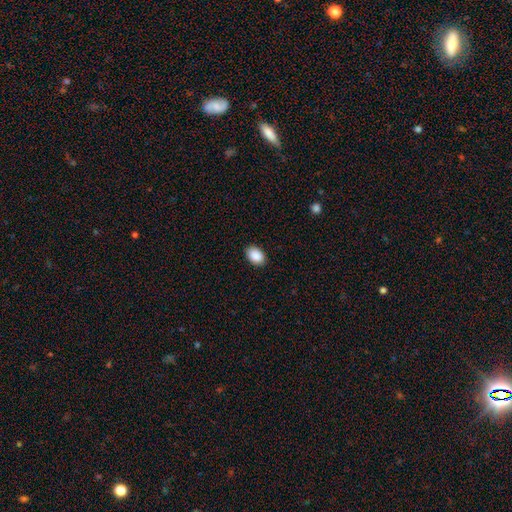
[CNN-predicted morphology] smooth 90%, star or artifact 7%, featured or disk 3%. Down the decision tree: how rounded — in between (84%); merging — none (89%).